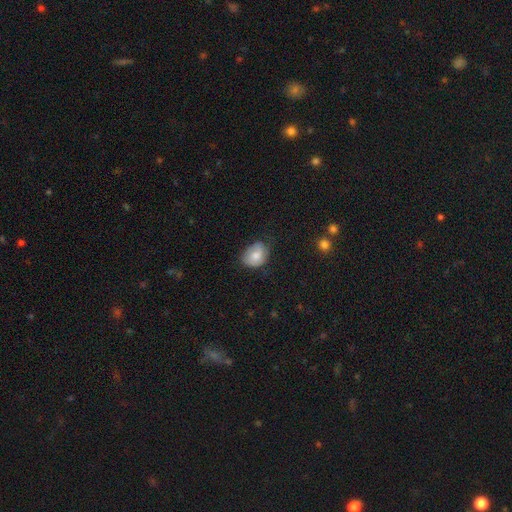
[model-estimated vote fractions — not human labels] smooth_or_featured: smooth (p=0.76) [alt: featured or disk p=0.17]
how_rounded: in between (p=0.63) [alt: round p=0.36]
merging: none (p=0.54) [alt: minor disturbance p=0.35]